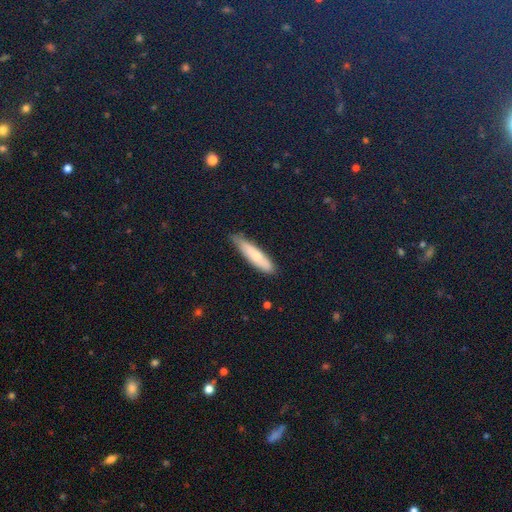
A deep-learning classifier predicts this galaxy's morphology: Smooth or featured? Predicted: smooth (p=0.71). How rounded? Predicted: cigar-shaped (p=0.82). Merging? Predicted: none (p=0.78).